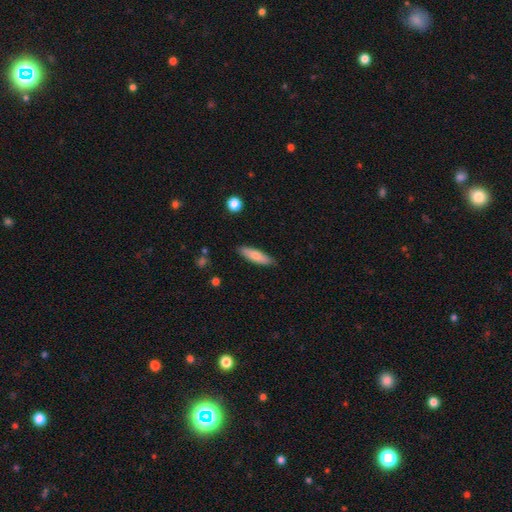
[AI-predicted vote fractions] The model was most divided on "how rounded": cigar-shaped: 63%, in between: 35%, round: 2%. More confident: merging — none (86%); smooth or featured — smooth (73%).